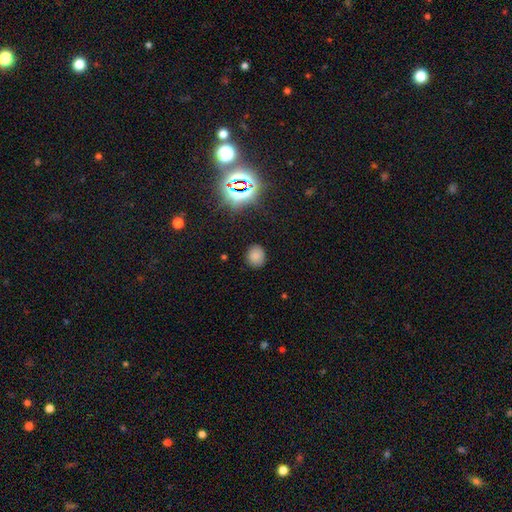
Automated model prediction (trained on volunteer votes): Overall: smooth (78%). How rounded: round (74%). Merging: none (85%).